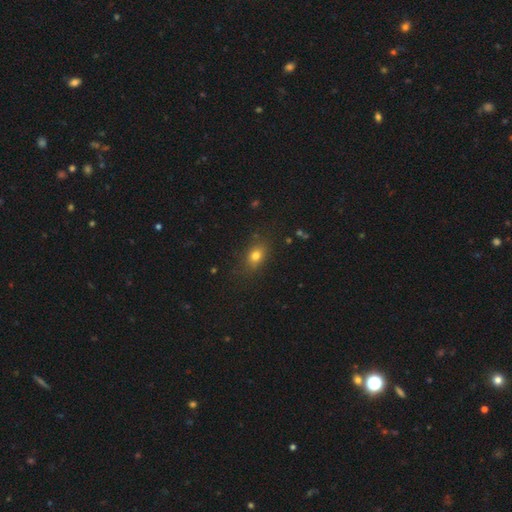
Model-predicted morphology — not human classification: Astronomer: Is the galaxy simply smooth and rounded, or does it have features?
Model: smooth — 78%.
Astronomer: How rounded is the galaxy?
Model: in between — 64%.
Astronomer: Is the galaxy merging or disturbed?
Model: none — 82%.